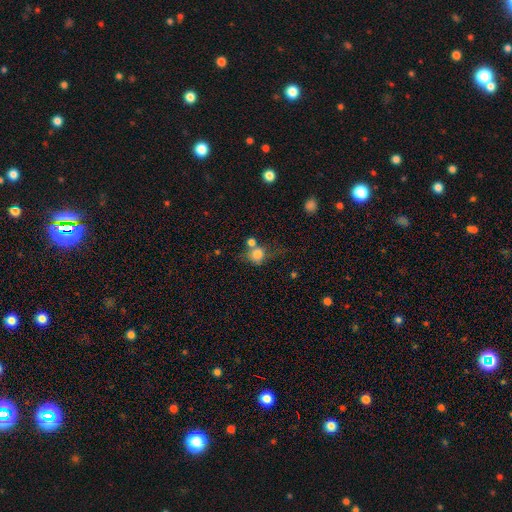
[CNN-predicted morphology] Smooth or featured: smooth — 76% (featured or disk — 13%)
How rounded: round — 76% (in between — 22%)
Merging: none — 42% (merger — 30%)